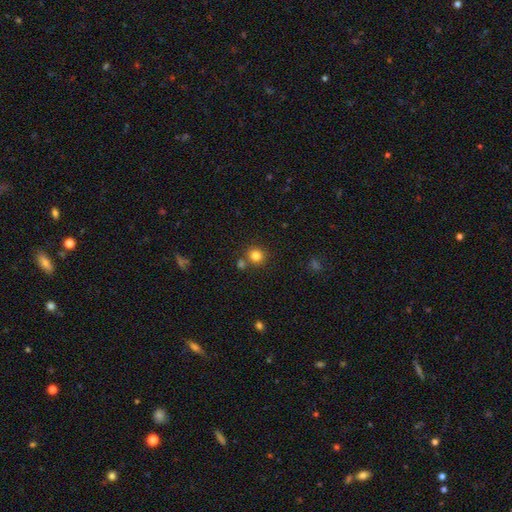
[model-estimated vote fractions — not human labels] smooth-or-featured: smooth: 82% | star or artifact: 12% | featured or disk: 5%
  how-rounded: round: 90% | in between: 9% | cigar-shaped: 1%
  merging: none: 76% | merger: 13% | minor disturbance: 8% | major disturbance: 3%